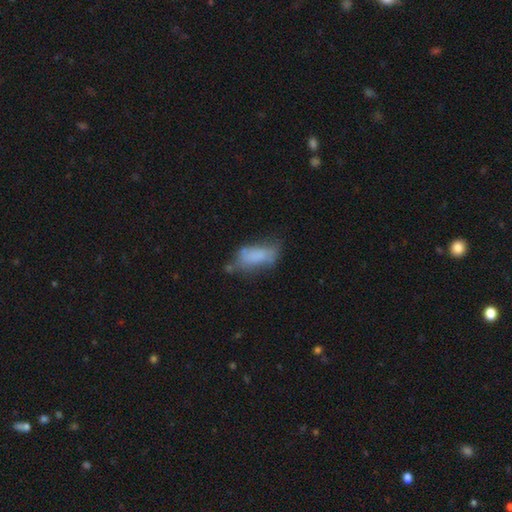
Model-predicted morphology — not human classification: smooth-or-featured: smooth: 66% | featured or disk: 24% | star or artifact: 10%
  how-rounded: in between: 83% | cigar-shaped: 14% | round: 3%
  merging: none: 37% | minor disturbance: 32% | major disturbance: 22% | merger: 9%